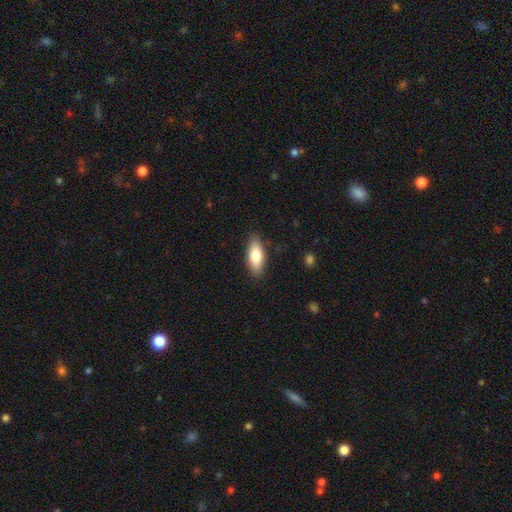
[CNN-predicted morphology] smooth 79%, featured or disk 15%, star or artifact 6%. Down the decision tree: how rounded — in between (73%); merging — none (87%).